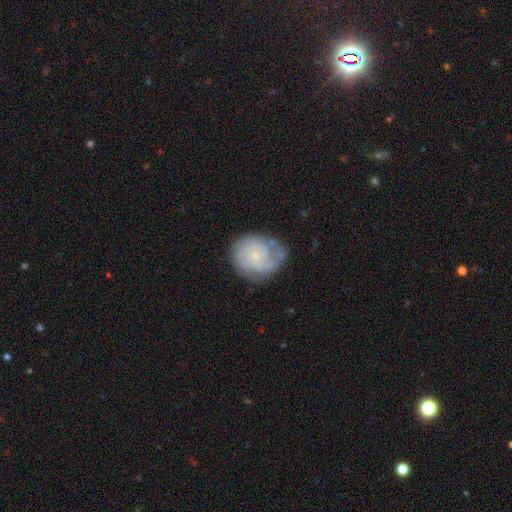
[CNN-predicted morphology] Smooth or featured: featured or disk — 72% (smooth — 21%)
Edge-on disk: no — 98% (yes — 2%)
Bar: no — 75% (weak — 22%)
Spiral arms: yes — 92% (no — 8%)
Spiral winding: tight — 62% (medium — 29%)
Spiral arm count: can't tell — 33% (2 — 31%)
Bulge size: small — 80% (moderate — 12%)
Merging: none — 65% (minor disturbance — 23%)